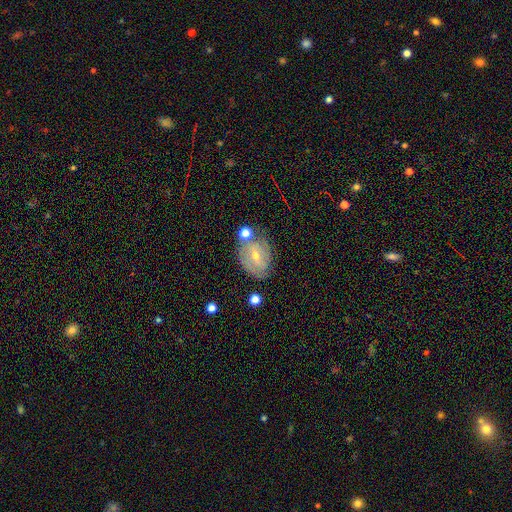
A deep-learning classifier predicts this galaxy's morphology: Q: Smooth or featured?
A: featured or disk (67%); runner-up: smooth (23%)
Q: Edge-on disk?
A: no (95%); runner-up: yes (5%)
Q: Bar?
A: weak (44%); runner-up: no (42%)
Q: Spiral arms?
A: yes (83%); runner-up: no (17%)
Q: Spiral winding?
A: tight (61%); runner-up: medium (29%)
Q: Spiral arm count?
A: can't tell (38%); tied with: 2 (38%)
Q: Bulge size?
A: small (60%); runner-up: moderate (37%)
Q: Merging?
A: none (62%); runner-up: minor disturbance (20%)